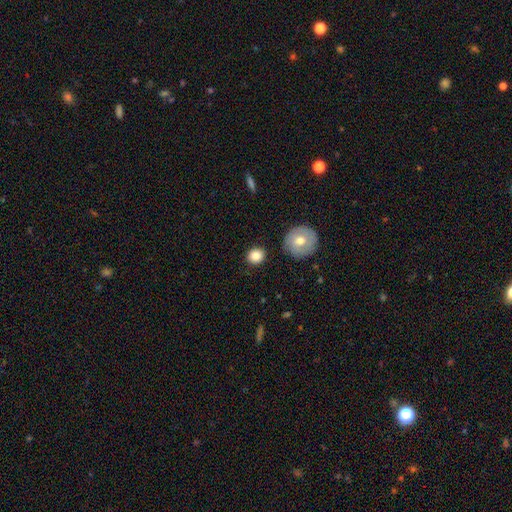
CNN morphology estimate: smooth 85%, star or artifact 8%, featured or disk 7%. Down the decision tree: how rounded — round (79%); merging — none (84%).